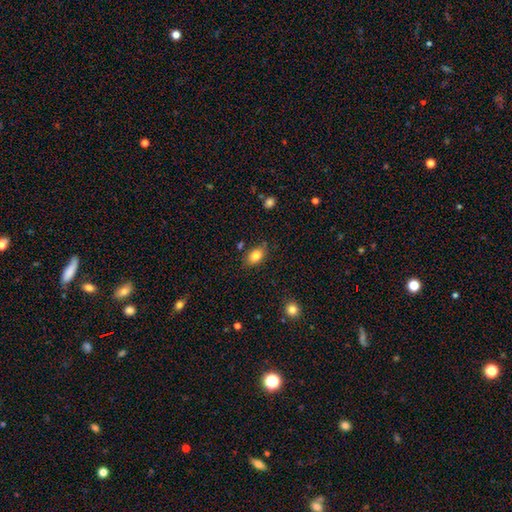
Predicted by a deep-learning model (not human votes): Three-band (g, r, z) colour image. It shows a smooth galaxy with no disk features (83%) that is in between round and cigar-shaped (87%). Merging: none (79%).